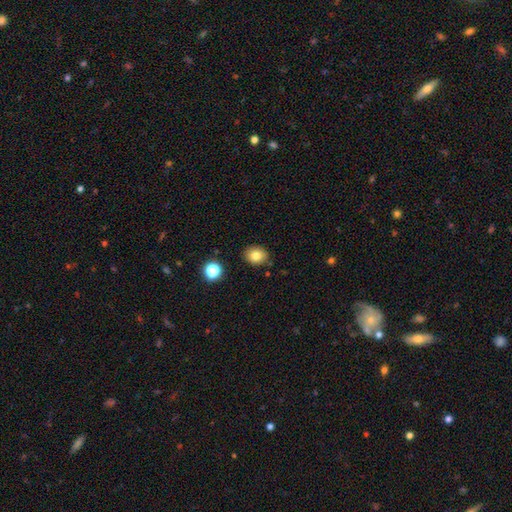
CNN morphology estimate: smooth-or-featured: smooth: 80% | star or artifact: 11% | featured or disk: 9%
  how-rounded: round: 59% | in between: 40% | cigar-shaped: 1%
  merging: none: 86% | minor disturbance: 9% | merger: 3% | major disturbance: 2%